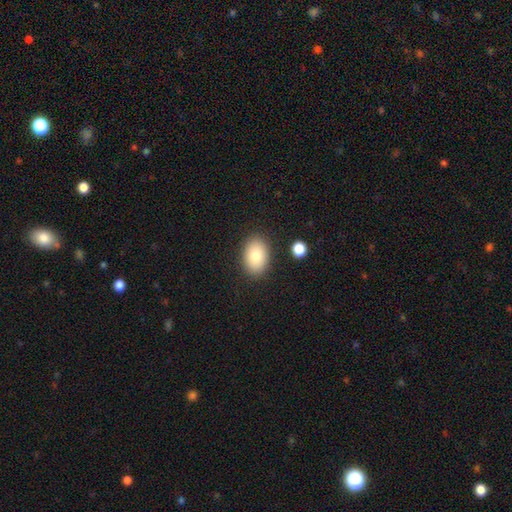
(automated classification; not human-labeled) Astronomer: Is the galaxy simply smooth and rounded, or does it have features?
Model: smooth — 81%.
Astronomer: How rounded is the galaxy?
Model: in between — 81%.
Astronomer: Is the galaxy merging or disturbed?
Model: none — 87%.